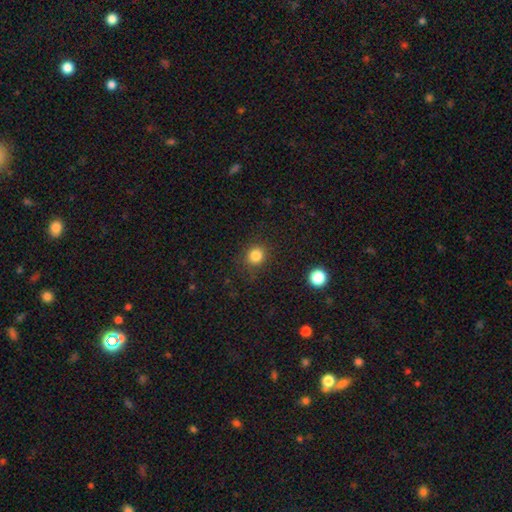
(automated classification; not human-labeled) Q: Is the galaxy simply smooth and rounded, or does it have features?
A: smooth — 84%.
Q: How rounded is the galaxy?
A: round — 85%.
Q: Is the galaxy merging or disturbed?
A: none — 87%.